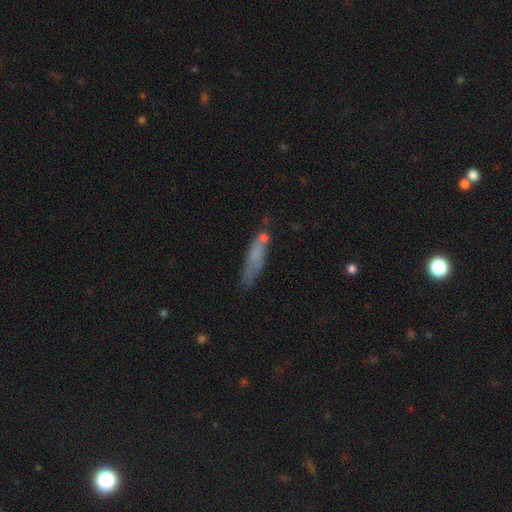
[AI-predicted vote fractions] Q: Smooth or featured?
A: smooth (63%); runner-up: featured or disk (28%)
Q: How rounded?
A: cigar-shaped (75%); runner-up: in between (23%)
Q: Merging?
A: none (54%); runner-up: minor disturbance (25%)